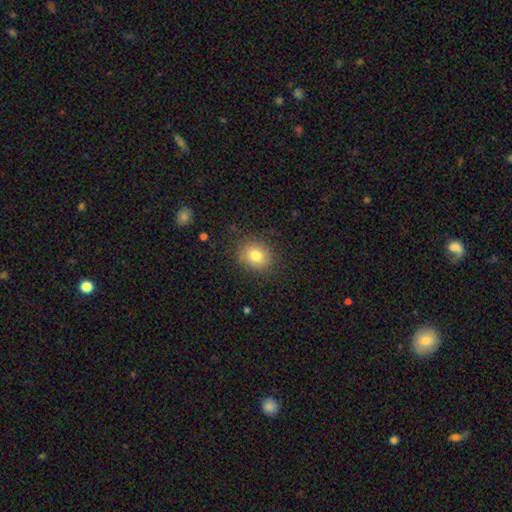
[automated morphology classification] This is likely a smooth galaxy (80%). How rounded: likely round (66%). Merging: clearly none (84%).